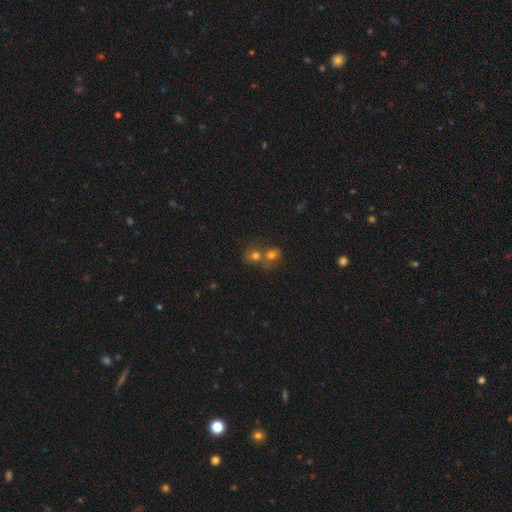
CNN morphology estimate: smooth 59%, star or artifact 26%, featured or disk 15%. Down the decision tree: how rounded — round (78%); merging — merger (52%).